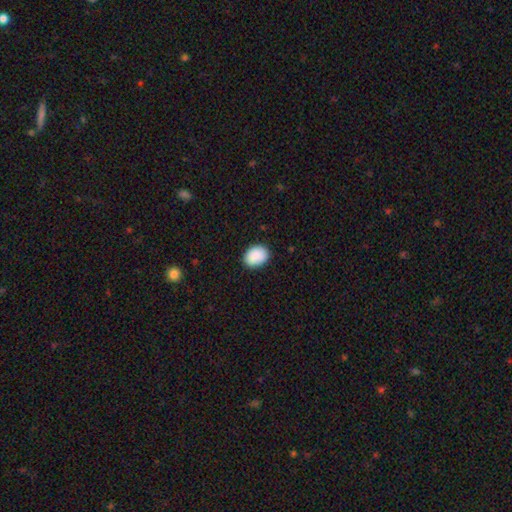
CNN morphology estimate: Smooth or featured?
  - smooth: 91% *
  - star or artifact: 7%
  - featured or disk: 2%
How rounded?
  - in between: 71% *
  - round: 29%
  - cigar-shaped: 1%
Merging?
  - none: 87% *
  - minor disturbance: 10%
  - major disturbance: 2%
  - merger: 1%